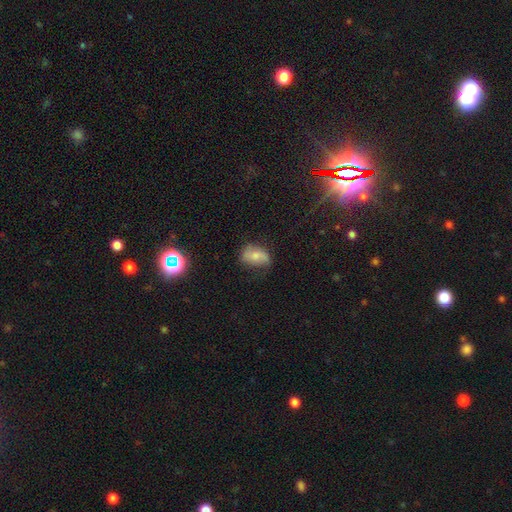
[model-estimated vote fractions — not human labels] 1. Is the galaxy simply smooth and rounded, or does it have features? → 61% smooth, 28% featured or disk, 11% star or artifact.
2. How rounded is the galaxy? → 81% in between, 17% round, 2% cigar-shaped.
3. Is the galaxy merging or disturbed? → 56% none, 31% minor disturbance, 11% major disturbance, 2% merger.